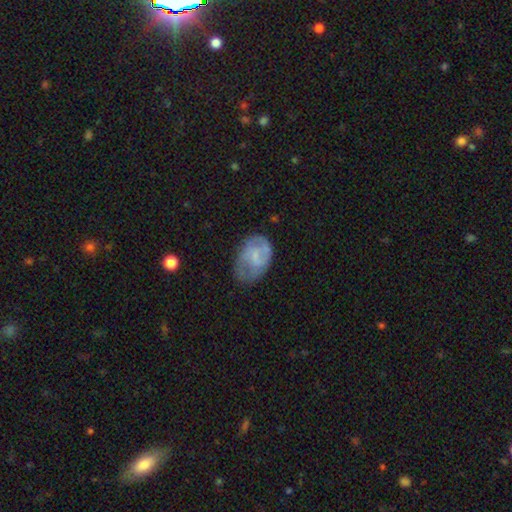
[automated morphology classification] type=featured or disk (50%); edge-on=no (97%); merging=none (48%).